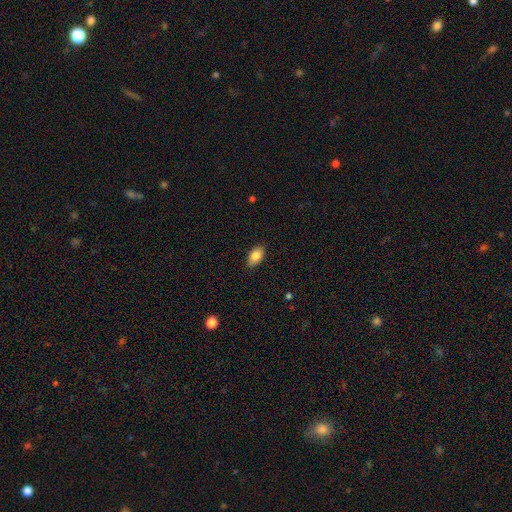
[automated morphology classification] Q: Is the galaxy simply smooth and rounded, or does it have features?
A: smooth — 85%.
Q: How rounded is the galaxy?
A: in between — 92%.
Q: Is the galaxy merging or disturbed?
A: none — 87%.